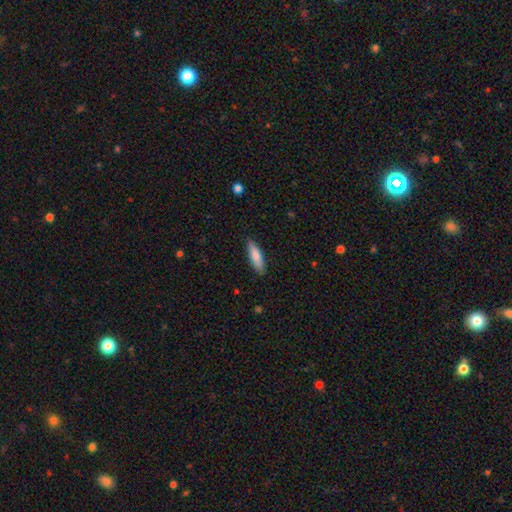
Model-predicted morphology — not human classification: Smooth or featured? smooth (78%)
How rounded? cigar-shaped (66%)
Merging? none (87%)